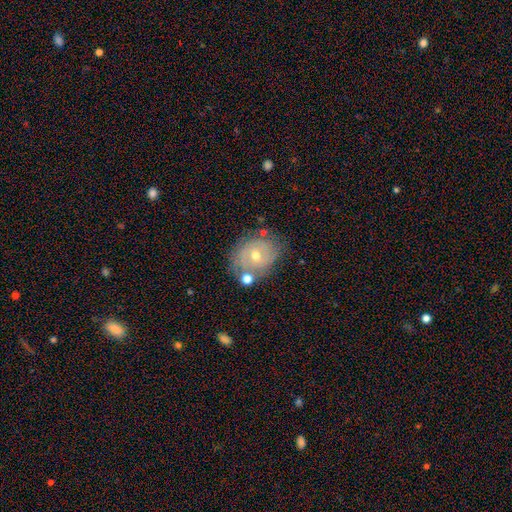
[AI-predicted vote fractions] Overall: featured or disk (68%). Edge-on disk: no (96%). Bar: no (72%). Spiral arms: yes (75%). Bulge size: moderate (59%; small 37%). Merging: none (65%).